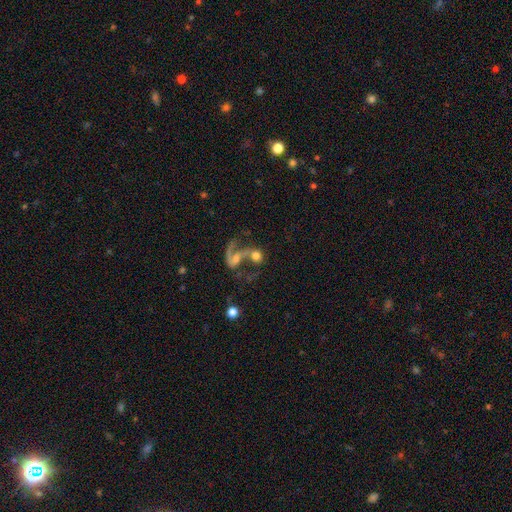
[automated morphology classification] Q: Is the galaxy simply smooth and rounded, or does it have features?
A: featured or disk — 45%.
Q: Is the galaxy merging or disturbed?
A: merger — 61%.